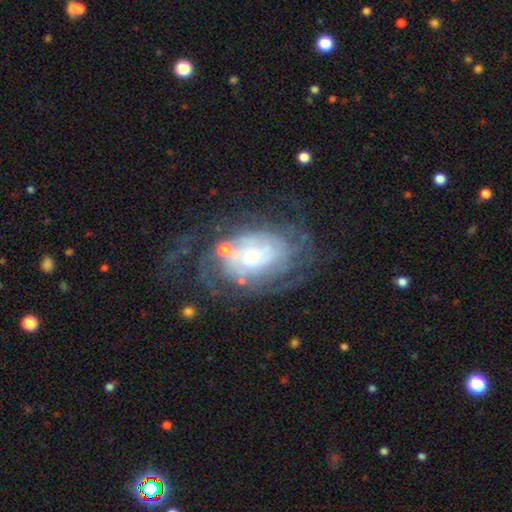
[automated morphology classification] featured or disk 77%, smooth 15%, star or artifact 8%. Down the decision tree: edge-on disk — no (96%); bar — no (73%); spiral arms — yes (86%); spiral arm count — can't tell (51%); spiral winding — tight (62%); bulge size — small (59%); merging — none (55%).